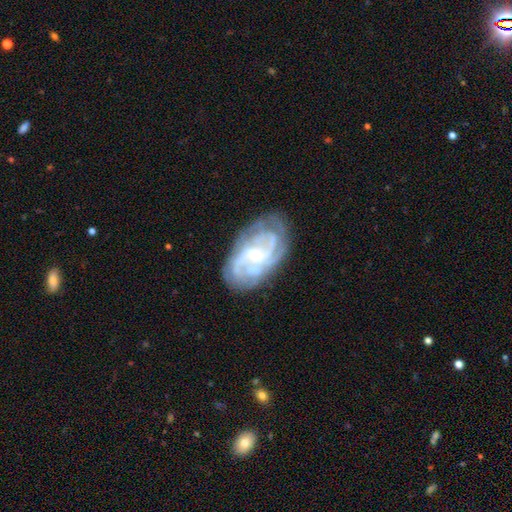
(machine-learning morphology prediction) This is clearly a featured or disk galaxy (84%). It is clearly not viewed edge-on (97%). Bar: possibly no (51%). Spiral arm pattern: clearly yes (92%). Spiral arm count: marginally can't tell (35%). Spiral winding: possibly tight (50%). Central bulge: likely small (67%). Merging: likely none (69%).